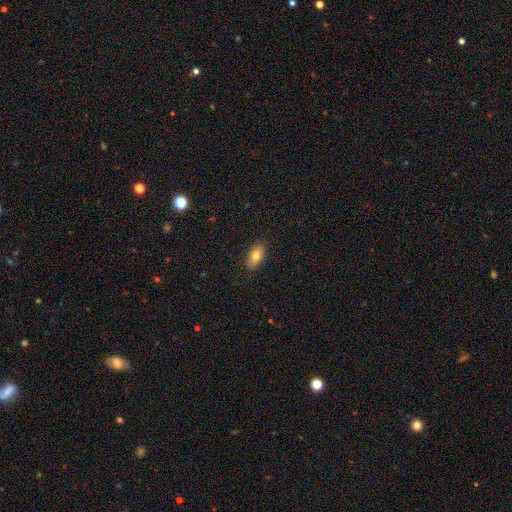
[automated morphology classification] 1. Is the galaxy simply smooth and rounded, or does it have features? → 79% smooth, 13% featured or disk, 8% star or artifact.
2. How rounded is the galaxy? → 90% in between, 7% round, 3% cigar-shaped.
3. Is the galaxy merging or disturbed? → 86% none, 11% minor disturbance, 2% major disturbance, 1% merger.